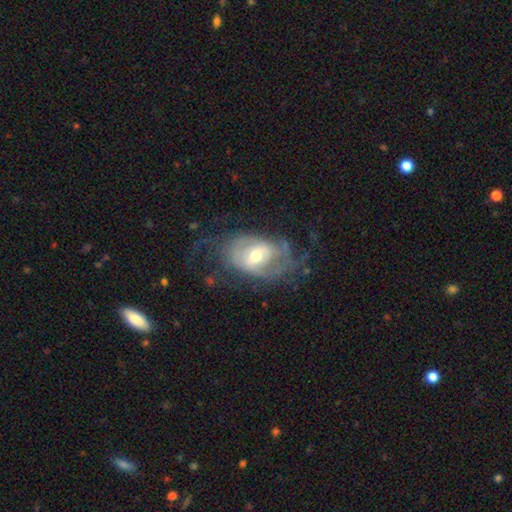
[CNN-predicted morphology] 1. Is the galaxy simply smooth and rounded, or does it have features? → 76% featured or disk, 18% smooth, 7% star or artifact.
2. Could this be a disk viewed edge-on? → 95% no, 5% yes.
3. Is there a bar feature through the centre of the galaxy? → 46% weak, 35% no, 19% strong.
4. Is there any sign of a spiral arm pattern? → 79% yes, 21% no.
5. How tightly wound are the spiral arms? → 40% tight, 37% medium, 23% loose.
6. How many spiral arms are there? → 40% can't tell, 39% 2, 9% 3, 6% 1, 4% 4, 3% more than 4.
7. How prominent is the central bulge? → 65% moderate, 26% small, 7% large, 1% dominant, 1% none.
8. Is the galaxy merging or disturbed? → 50% none, 26% major disturbance, 22% minor disturbance, 2% merger.